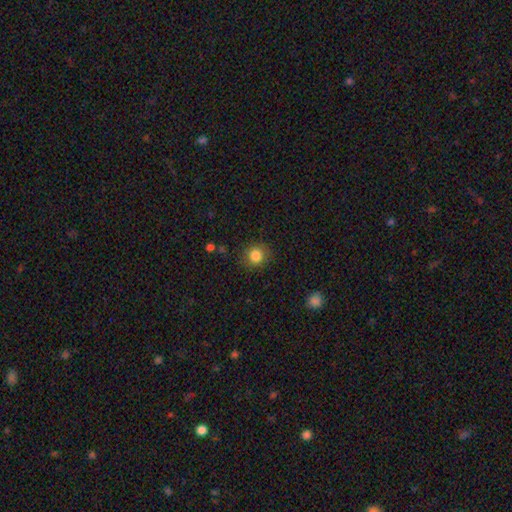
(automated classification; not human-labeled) This appears to be a smooth galaxy with no disk features (84%) that is round (87%). Merging: none (87%).